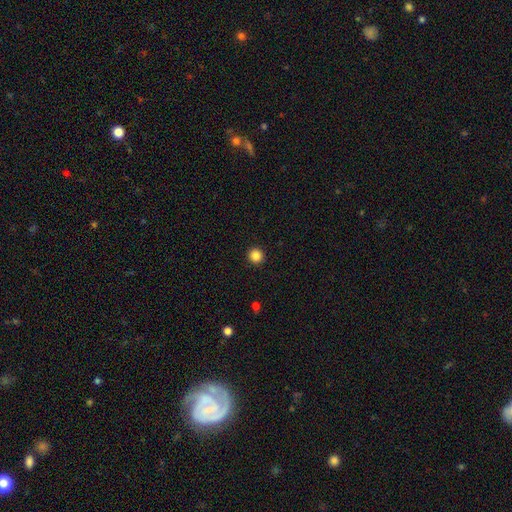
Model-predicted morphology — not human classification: The model was most divided on "smooth or featured": smooth: 86%, star or artifact: 11%, featured or disk: 4%. More confident: how rounded — round (95%); merging — none (93%).